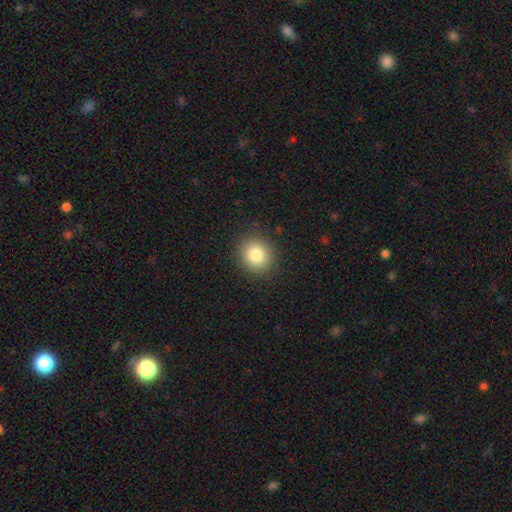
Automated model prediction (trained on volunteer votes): Smooth or featured: smooth — 83% (star or artifact — 10%)
How rounded: round — 79% (in between — 20%)
Merging: none — 89% (minor disturbance — 7%)